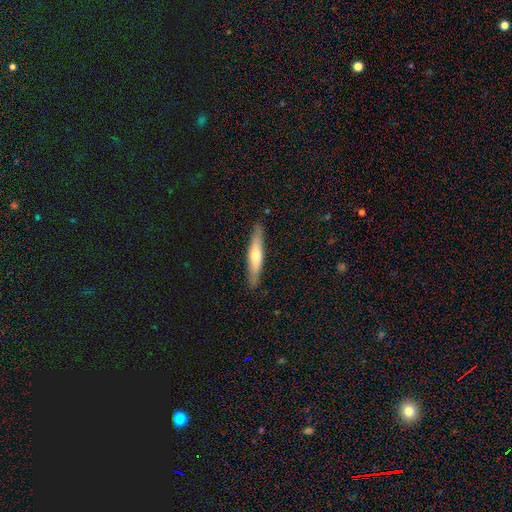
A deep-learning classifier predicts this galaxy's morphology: Smooth or featured?
  - smooth: 55% *
  - featured or disk: 39%
  - star or artifact: 5%
How rounded?
  - cigar-shaped: 89% *
  - in between: 10%
  - round: 1%
Merging?
  - none: 89% *
  - minor disturbance: 9%
  - major disturbance: 2%
  - merger: 1%